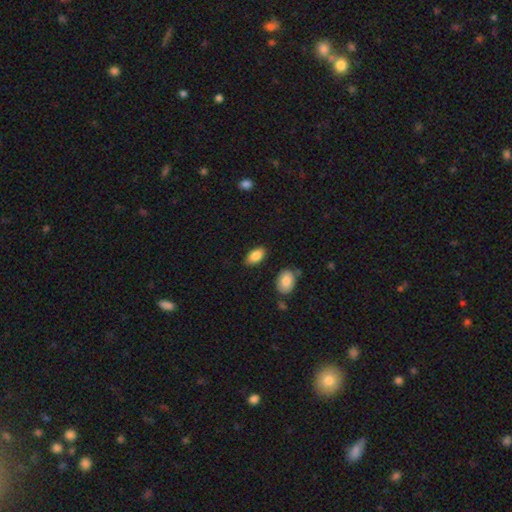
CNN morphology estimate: Q: Smooth or featured?
A: smooth (86%); runner-up: featured or disk (7%)
Q: How rounded?
A: in between (93%); runner-up: round (4%)
Q: Merging?
A: none (84%); runner-up: minor disturbance (11%)